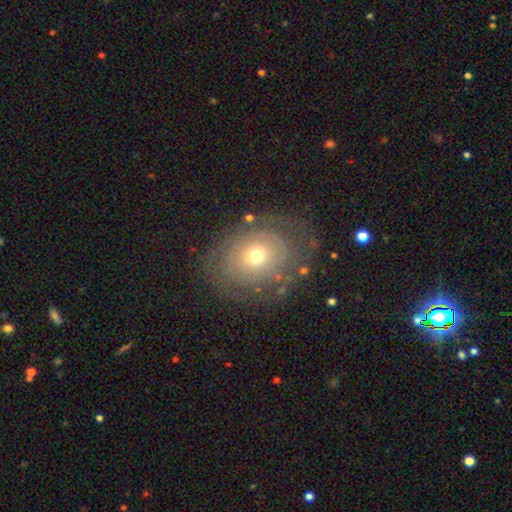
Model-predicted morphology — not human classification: A featured or disk galaxy (60%) with no bar (87%), spiral arms (63%) and a moderate central bulge (52%).

Vote fractions:
- Smooth or featured? featured or disk: 60% / smooth: 31% / star or artifact: 9%
- Edge-on disk? no: 95% / yes: 5%
- Bar? no: 87% / weak: 10% / strong: 3%
- Spiral arms? yes: 63% / no: 37%
- Bulge size? moderate: 52% / small: 40% / large: 5% / dominant: 1% / none: 1%
- Merging? none: 67% / minor disturbance: 18% / major disturbance: 13% / merger: 2%